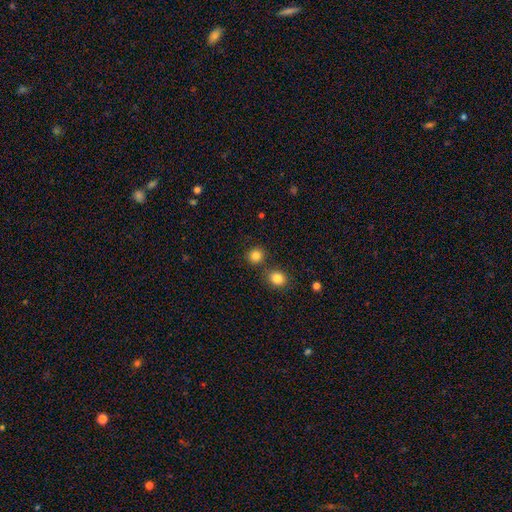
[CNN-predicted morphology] This is clearly a smooth galaxy (84%). How rounded: clearly round (88%). Merging: likely none (77%).